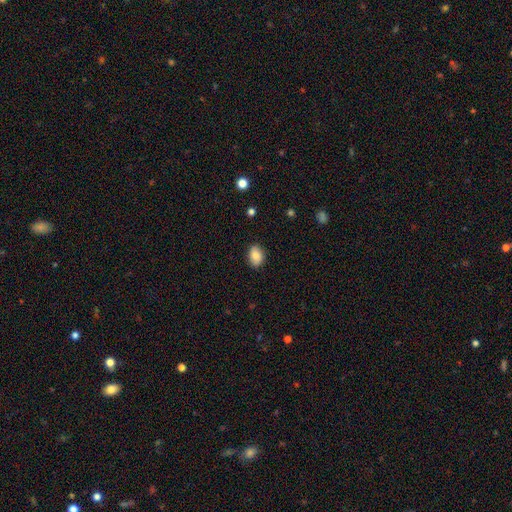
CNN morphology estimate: Q: Smooth or featured?
A: smooth (85%); runner-up: star or artifact (8%)
Q: How rounded?
A: in between (79%); runner-up: round (20%)
Q: Merging?
A: none (86%); runner-up: minor disturbance (11%)